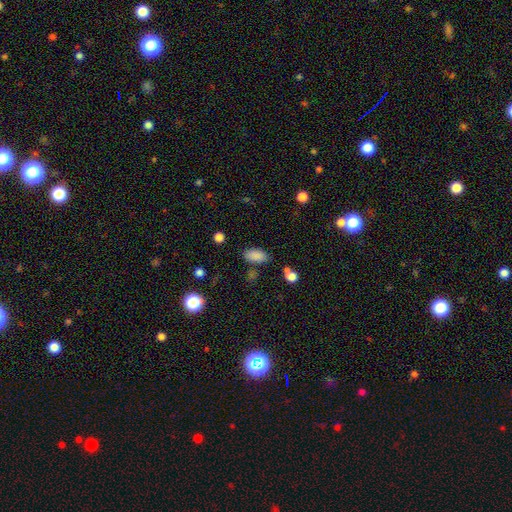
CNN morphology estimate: smooth_or_featured: smooth (p=0.85) [alt: star or artifact p=0.10]
how_rounded: in between (p=0.93) [alt: round p=0.04]
merging: none (p=0.75) [alt: minor disturbance p=0.15]